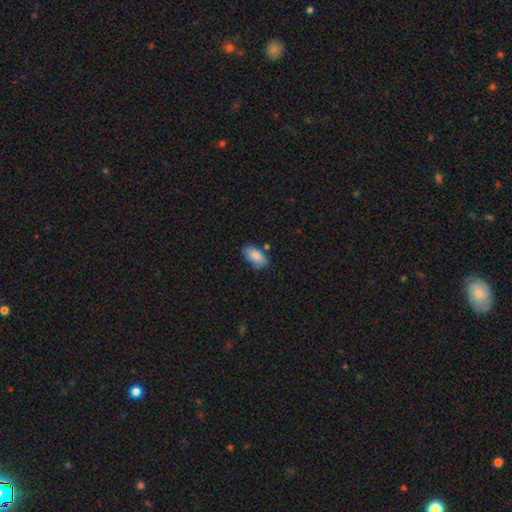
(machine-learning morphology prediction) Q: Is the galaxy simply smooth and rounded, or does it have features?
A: smooth — 85%.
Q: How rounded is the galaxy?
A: in between — 93%.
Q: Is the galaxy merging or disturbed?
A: none — 75%.